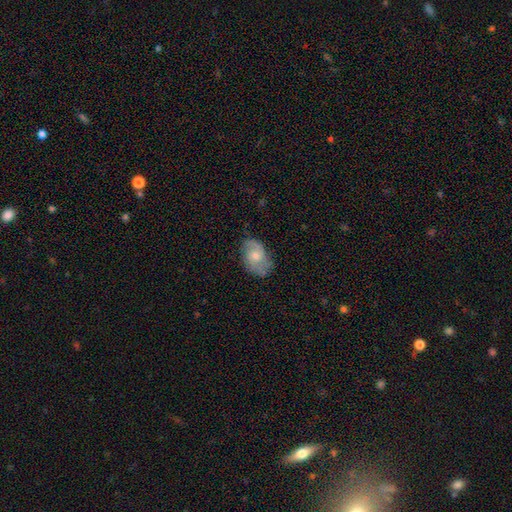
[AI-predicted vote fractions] The model was most divided on "bulge size": moderate: 54%, small: 37%, large: 5%, none: 4%, dominant: 1%. Remaining: edge-on disk — no (96%); spiral arms — yes (87%); spiral arm count — 2 (76%); merging — none (69%); bar — no (68%); smooth or featured — featured or disk (61%); spiral winding — medium (46%).